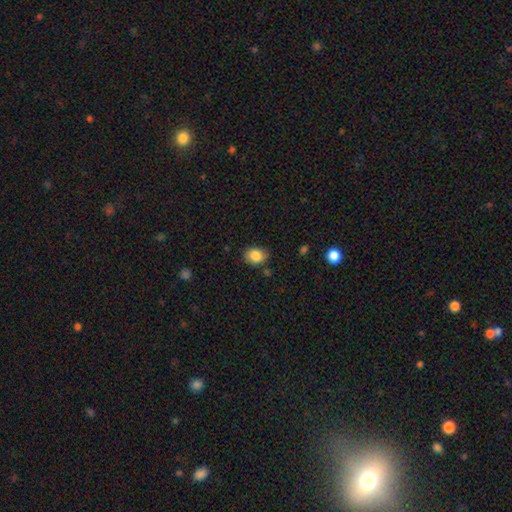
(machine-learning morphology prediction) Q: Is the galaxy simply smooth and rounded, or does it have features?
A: smooth — 84%.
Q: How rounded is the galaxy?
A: in between — 55%.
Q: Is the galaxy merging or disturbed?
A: none — 77%.